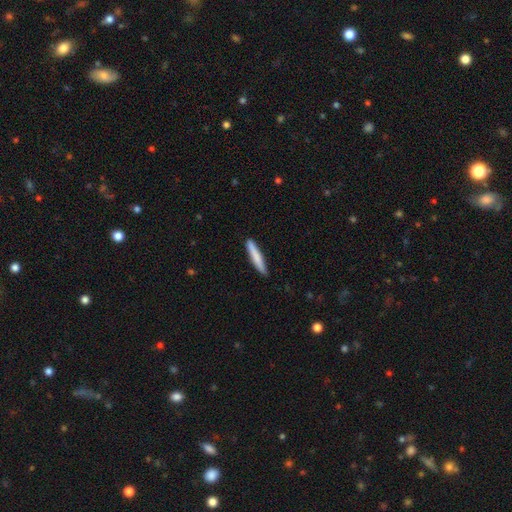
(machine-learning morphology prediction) Smooth or featured? Predicted: smooth (p=0.78). How rounded? Predicted: cigar-shaped (p=0.94). Merging? Predicted: none (p=0.87).